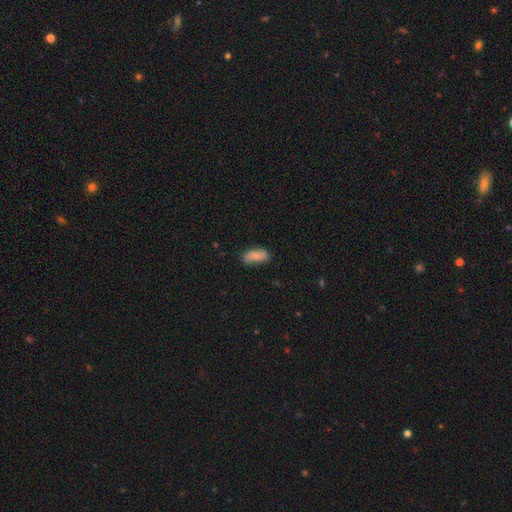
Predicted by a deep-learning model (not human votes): smooth 75%, featured or disk 17%, star or artifact 8%. Down the decision tree: how rounded — in between (81%); merging — none (70%).